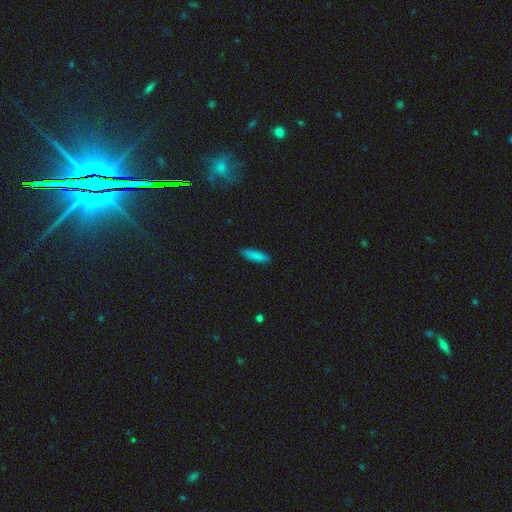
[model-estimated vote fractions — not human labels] This appears to be a smooth galaxy with no disk features (86%) that is cigar-shaped (64%). Merging: none (89%).